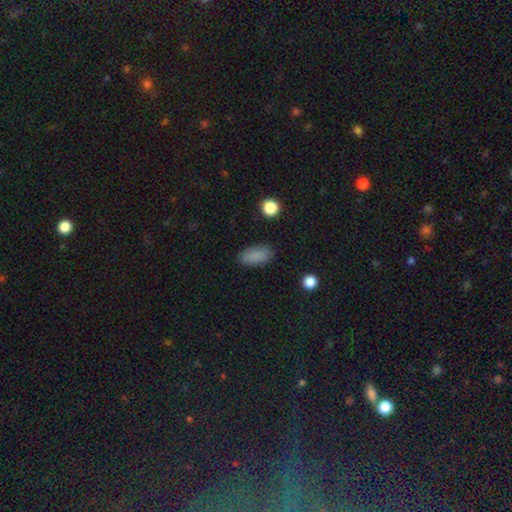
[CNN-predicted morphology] Q: Smooth or featured?
A: smooth (86%); runner-up: star or artifact (9%)
Q: How rounded?
A: in between (87%); runner-up: cigar-shaped (9%)
Q: Merging?
A: none (84%); runner-up: minor disturbance (11%)